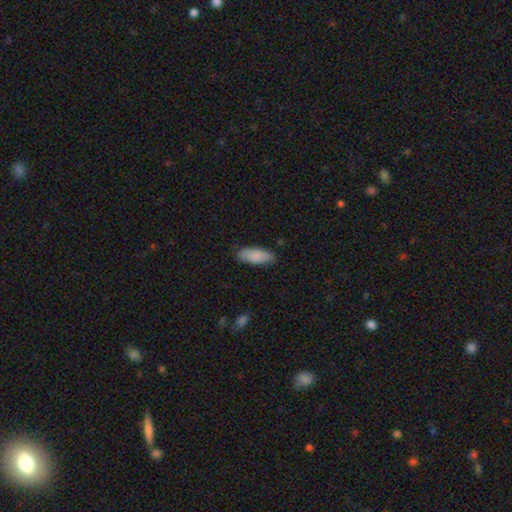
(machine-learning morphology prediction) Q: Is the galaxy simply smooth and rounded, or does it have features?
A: smooth — 88%.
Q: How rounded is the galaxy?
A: in between — 71%.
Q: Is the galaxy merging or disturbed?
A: none — 85%.